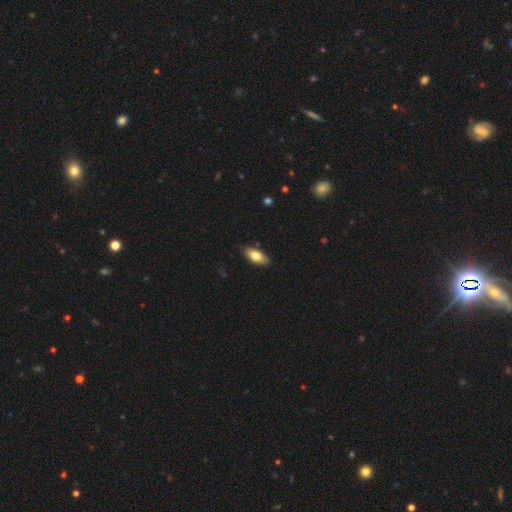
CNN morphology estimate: Q: Smooth or featured?
A: smooth (77%); runner-up: featured or disk (17%)
Q: How rounded?
A: in between (87%); runner-up: cigar-shaped (10%)
Q: Merging?
A: none (82%); runner-up: minor disturbance (14%)